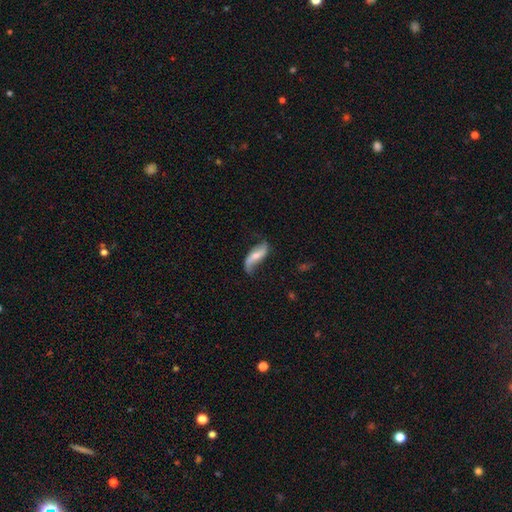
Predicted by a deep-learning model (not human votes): featured or disk 64%, smooth 30%, star or artifact 6%. Down the decision tree: edge-on disk — no (87%); bar — no (37%); spiral arms — yes (87%); bulge size — moderate (44%); merging — none (57%).